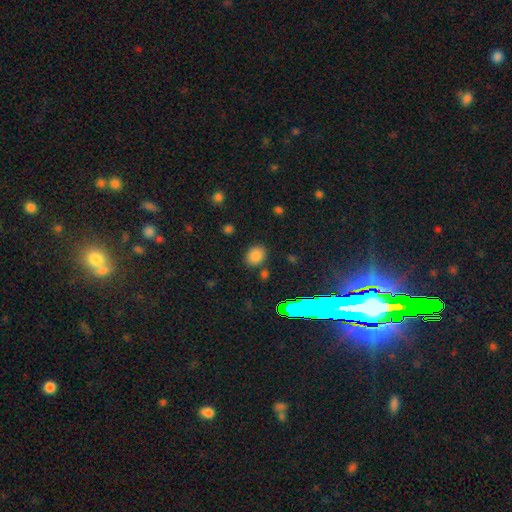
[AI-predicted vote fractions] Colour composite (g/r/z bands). It shows a smooth galaxy with no disk features (80%) that is round (53%). Merging: none (82%).